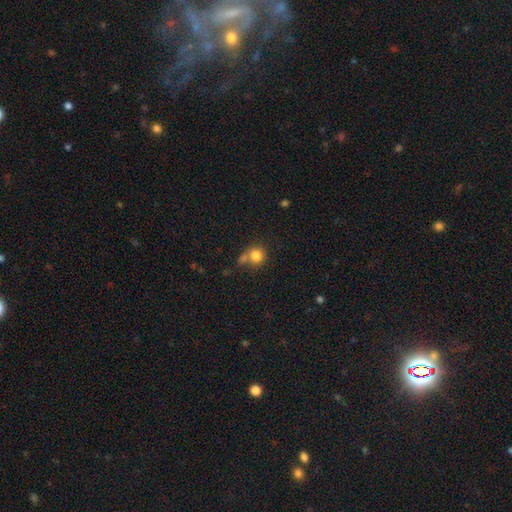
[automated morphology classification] smooth 82%, star or artifact 11%, featured or disk 8%. Down the decision tree: how rounded — round (86%); merging — none (52%).